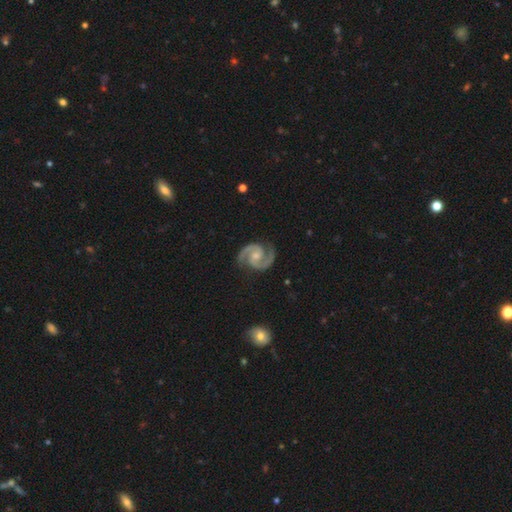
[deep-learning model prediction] featured or disk 94%, star or artifact 3%, smooth 2%. Down the decision tree: edge-on disk — no (99%); bar — no (57%); spiral arms — yes (99%); spiral arm count — 2 (95%); spiral winding — medium (59%); bulge size — moderate (47%); merging — none (84%).